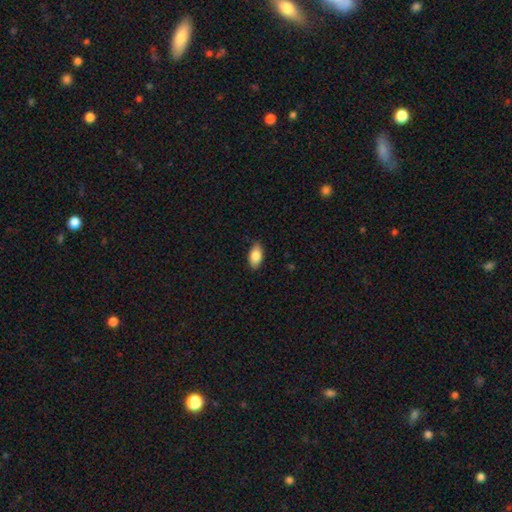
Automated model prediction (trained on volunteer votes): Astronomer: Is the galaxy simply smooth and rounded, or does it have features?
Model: smooth — 84%.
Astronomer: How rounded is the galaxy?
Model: in between — 92%.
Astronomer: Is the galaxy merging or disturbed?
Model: none — 84%.